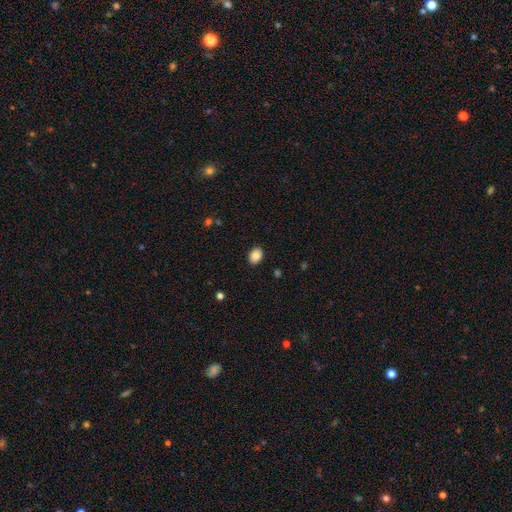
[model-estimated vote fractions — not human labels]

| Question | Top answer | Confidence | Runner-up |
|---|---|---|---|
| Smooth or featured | smooth | 85% | star or artifact (8%) |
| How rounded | in between | 73% | round (26%) |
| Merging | none | 89% | minor disturbance (8%) |